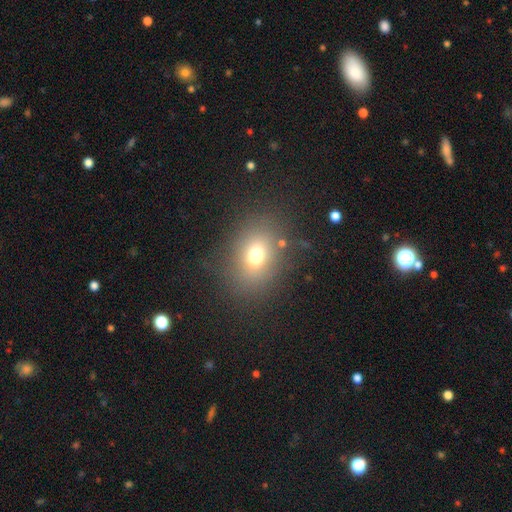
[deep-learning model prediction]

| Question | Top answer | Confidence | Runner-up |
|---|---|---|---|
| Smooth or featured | smooth | 70% | star or artifact (17%) |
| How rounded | in between | 58% | round (41%) |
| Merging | none | 77% | minor disturbance (12%) |